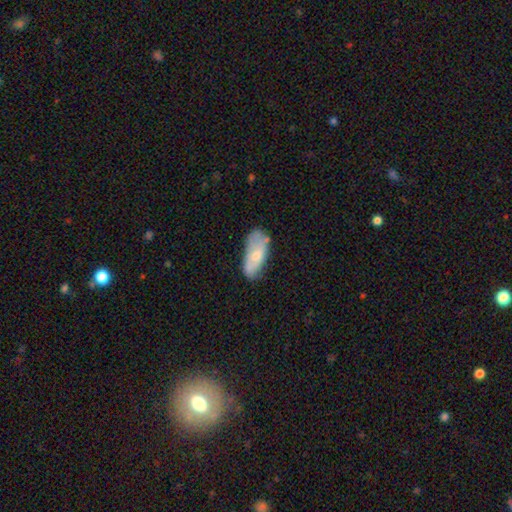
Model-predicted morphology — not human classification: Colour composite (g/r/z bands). It shows a smooth galaxy with no disk features (63%) that is in between round and cigar-shaped (87%). Merging: none (52%).